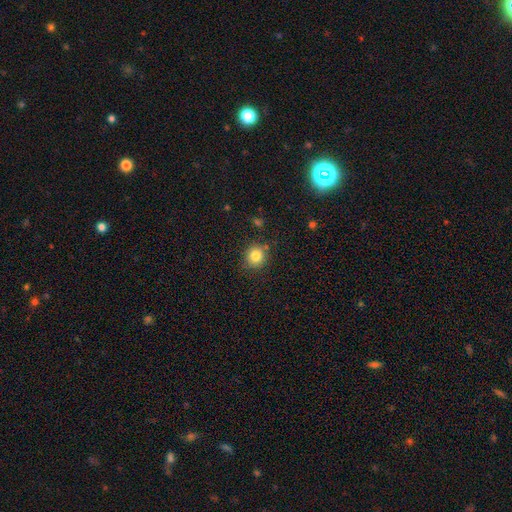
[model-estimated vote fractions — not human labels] Smooth or featured? Predicted: smooth (p=0.83). How rounded? Predicted: round (p=0.88). Merging? Predicted: none (p=0.84).